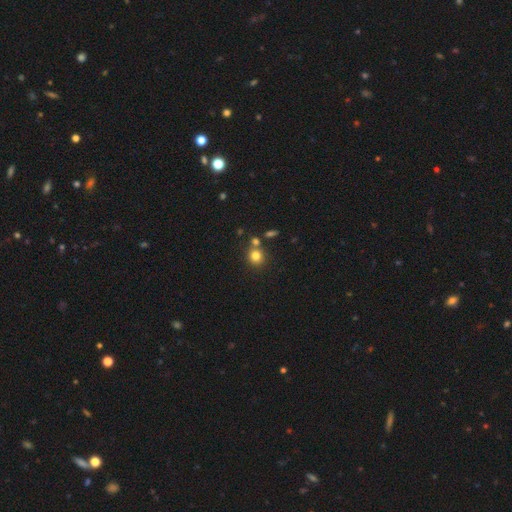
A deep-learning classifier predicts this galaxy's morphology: Overall: smooth (79%). How rounded: round (87%). Merging: none (70%).